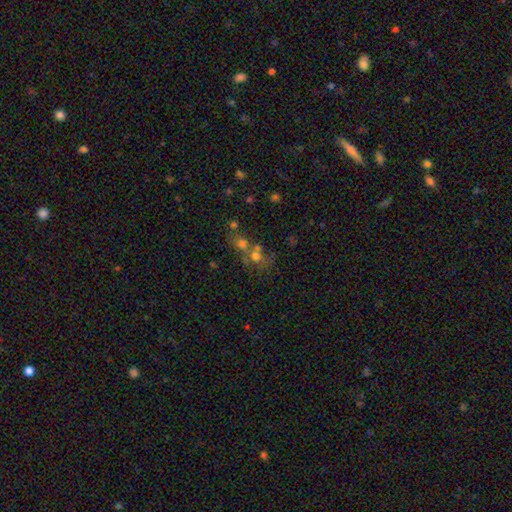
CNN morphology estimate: Smooth or featured?
  - smooth: 57% *
  - star or artifact: 23%
  - featured or disk: 20%
How rounded?
  - round: 78% *
  - in between: 21%
  - cigar-shaped: 1%
Merging?
  - merger: 49% *
  - none: 37%
  - minor disturbance: 8%
  - major disturbance: 6%